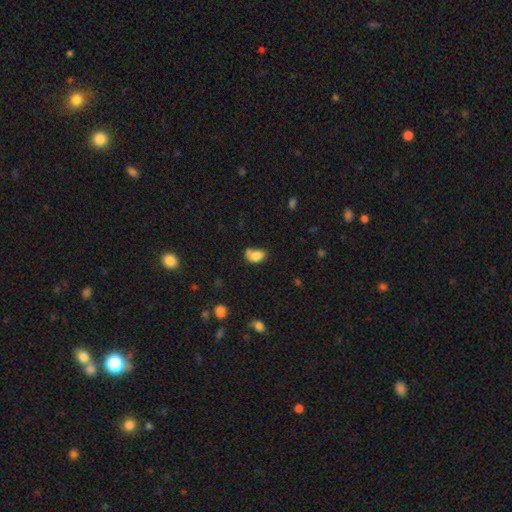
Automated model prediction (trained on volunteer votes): A smooth galaxy with no disk features (81%) that is in between round and cigar-shaped (85%).

Vote fractions:
- Smooth or featured? smooth: 81% / featured or disk: 10% / star or artifact: 9%
- How rounded? in between: 85% / round: 14% / cigar-shaped: 2%
- Merging? none: 44% / merger: 26% / minor disturbance: 22% / major disturbance: 8%